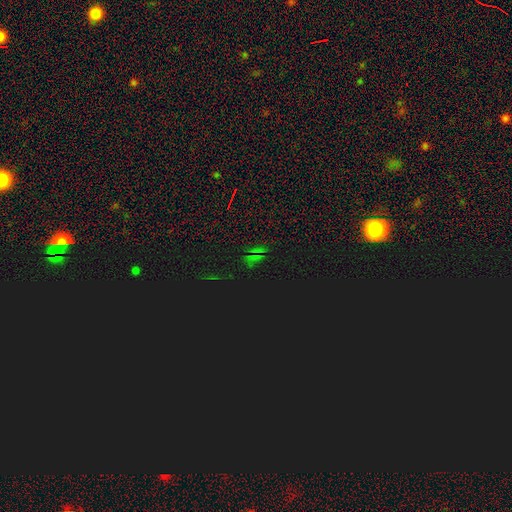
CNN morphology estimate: A star or artifact, not a galaxy (77%).

Vote fractions:
- Smooth or featured? star or artifact: 77% / smooth: 15% / featured or disk: 7%